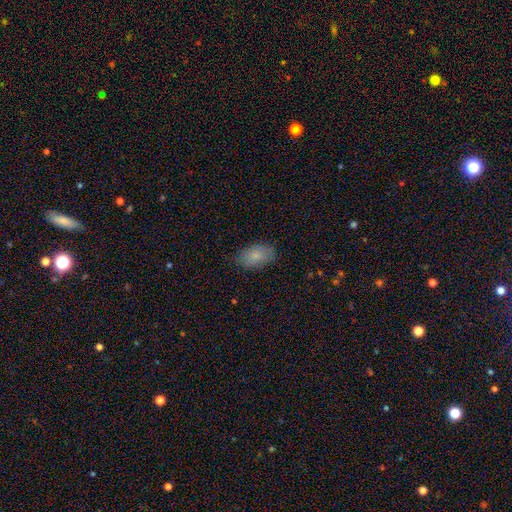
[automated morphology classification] The model was most divided on "merging": none: 75%, minor disturbance: 20%, major disturbance: 4%, merger: 1%. More confident: how rounded — in between (91%); smooth or featured — smooth (82%).